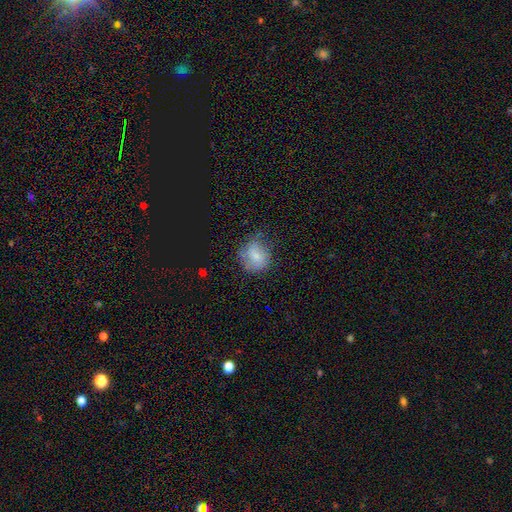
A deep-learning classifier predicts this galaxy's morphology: smooth-or-featured: smooth: 70% | featured or disk: 20% | star or artifact: 10%
  how-rounded: round: 77% | in between: 22% | cigar-shaped: 1%
  merging: none: 57% | minor disturbance: 28% | major disturbance: 13% | merger: 2%